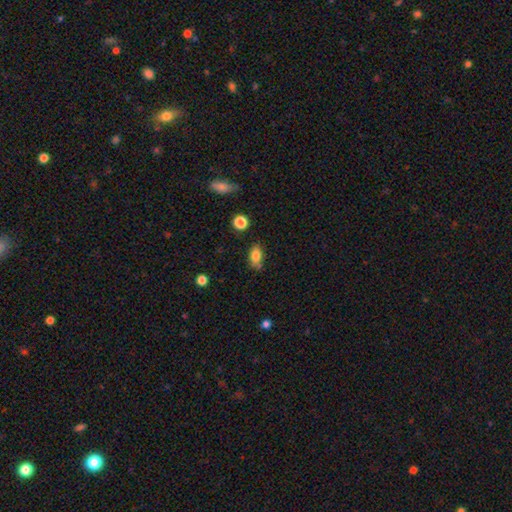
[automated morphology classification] A smooth galaxy with no disk features (81%) that is in between round and cigar-shaped (85%).

Vote fractions:
- Smooth or featured? smooth: 81% / star or artifact: 10% / featured or disk: 9%
- How rounded? in between: 85% / round: 12% / cigar-shaped: 4%
- Merging? none: 71% / minor disturbance: 18% / merger: 7% / major disturbance: 4%